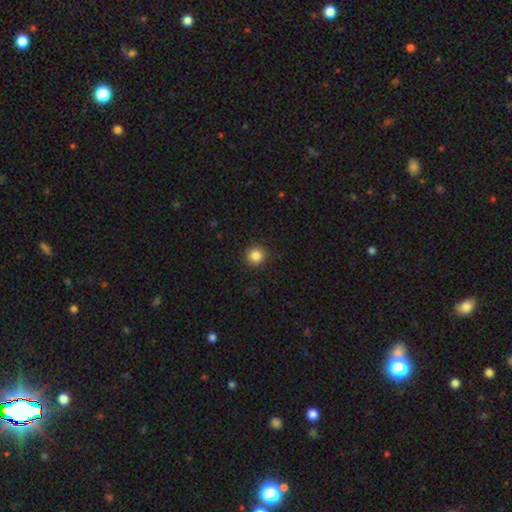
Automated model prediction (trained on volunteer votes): This is clearly a smooth galaxy (85%). How rounded: clearly round (94%). Merging: clearly none (91%).